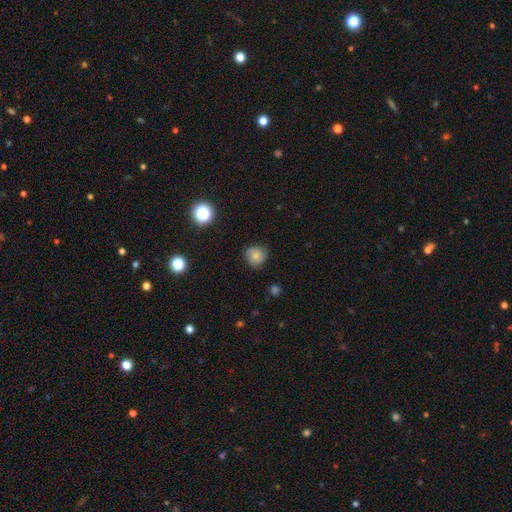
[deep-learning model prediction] Smooth or featured? Predicted: smooth (p=0.74). How rounded? Predicted: round (p=0.88). Merging? Predicted: none (p=0.78).